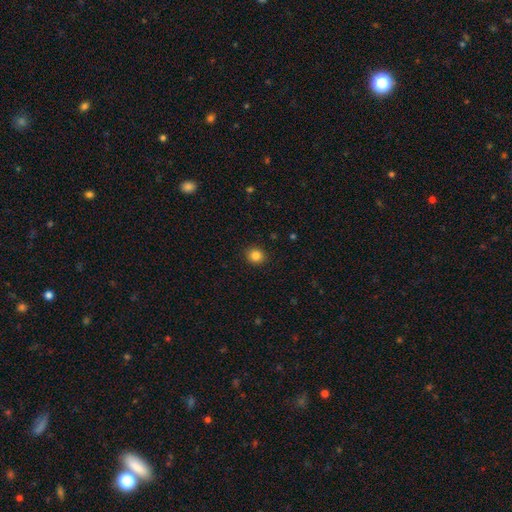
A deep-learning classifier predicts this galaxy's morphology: Smooth or featured: smooth — 84% (star or artifact — 11%)
How rounded: round — 84% (in between — 15%)
Merging: none — 91% (minor disturbance — 6%)